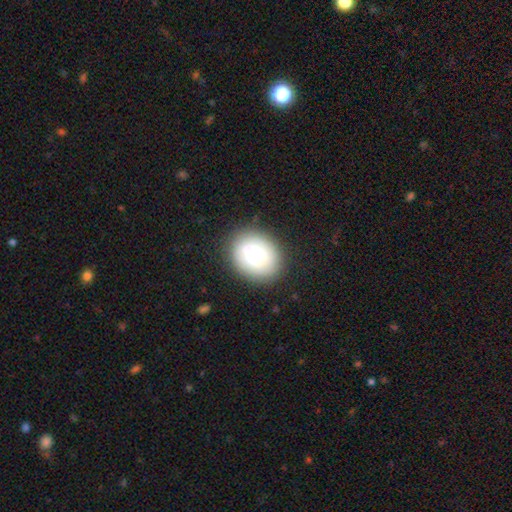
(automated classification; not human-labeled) smooth_or_featured: smooth (p=0.46) [alt: featured or disk p=0.45]
merging: none (p=0.80) [alt: minor disturbance p=0.13]